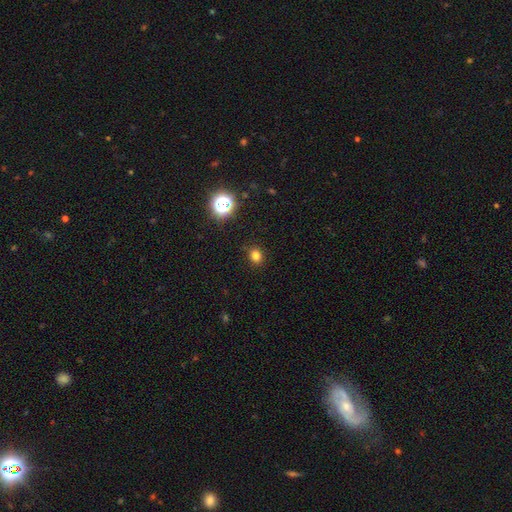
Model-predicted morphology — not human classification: This appears to be a smooth galaxy with no disk features (78%) that is round (71%). Merging: none (88%).